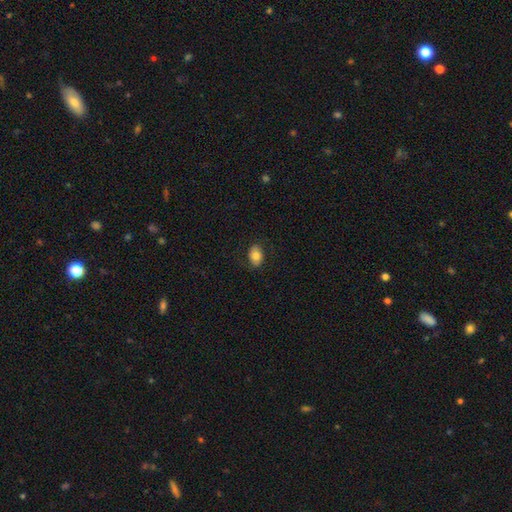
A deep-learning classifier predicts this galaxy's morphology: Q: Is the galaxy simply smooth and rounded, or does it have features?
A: smooth — 79%.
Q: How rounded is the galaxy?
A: in between — 81%.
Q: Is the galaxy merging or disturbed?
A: none — 83%.